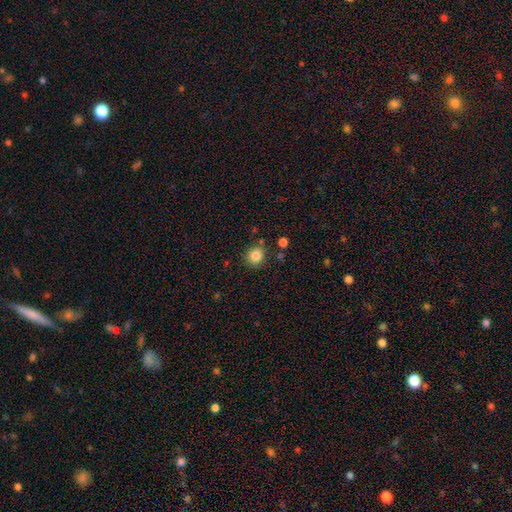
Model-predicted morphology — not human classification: Q: Smooth or featured?
A: smooth (84%); runner-up: star or artifact (11%)
Q: How rounded?
A: round (85%); runner-up: in between (14%)
Q: Merging?
A: none (83%); runner-up: minor disturbance (10%)